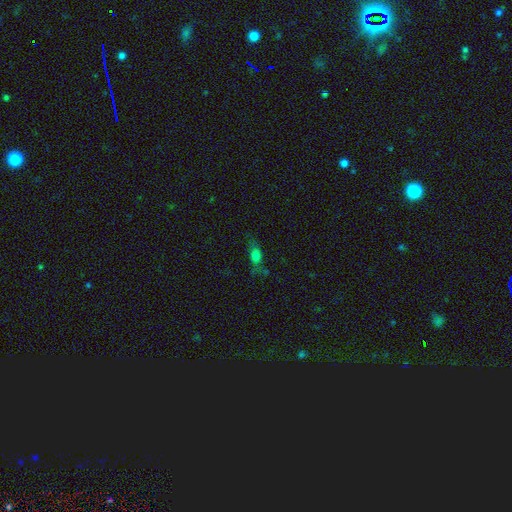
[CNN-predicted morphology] Overall: smooth (63%). How rounded: in between (67%). Merging: none (53%; minor disturbance 25%).